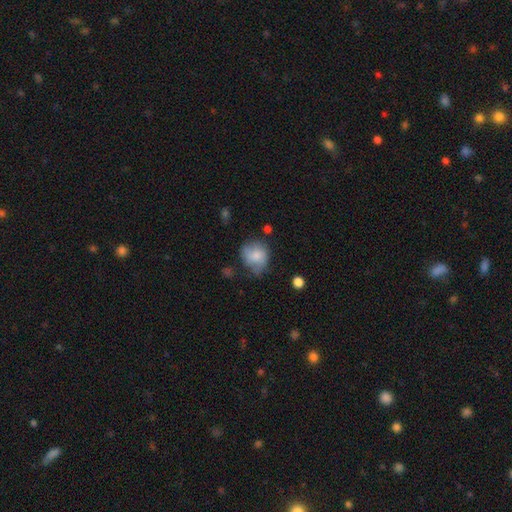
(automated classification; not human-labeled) Smooth or featured: smooth — 67% (featured or disk — 25%)
How rounded: round — 69% (in between — 30%)
Merging: none — 47% (minor disturbance — 33%)